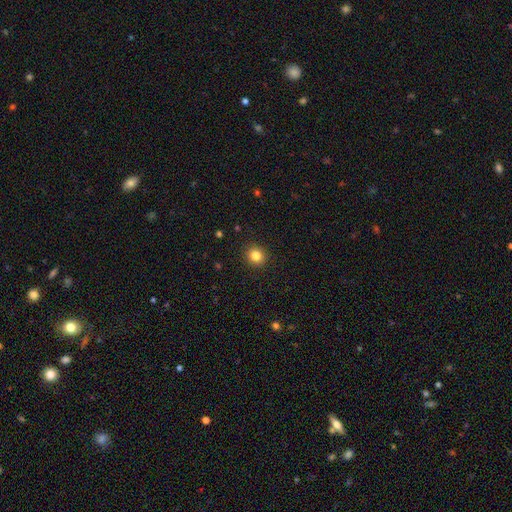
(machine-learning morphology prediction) smooth 83%, star or artifact 11%, featured or disk 5%. Down the decision tree: how rounded — round (84%); merging — none (92%).